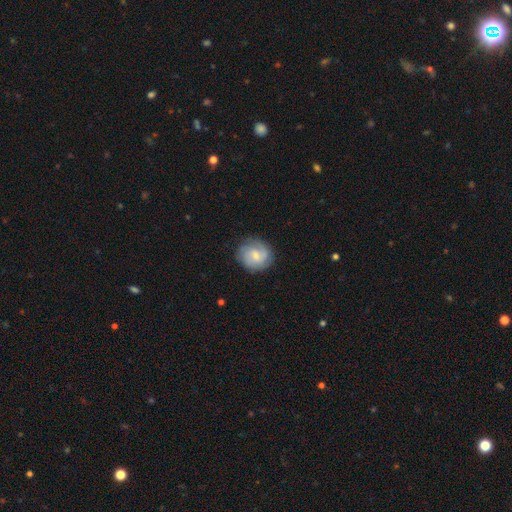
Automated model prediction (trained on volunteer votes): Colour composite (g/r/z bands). It shows a featured or disk galaxy (51%). Merging: none (79%).